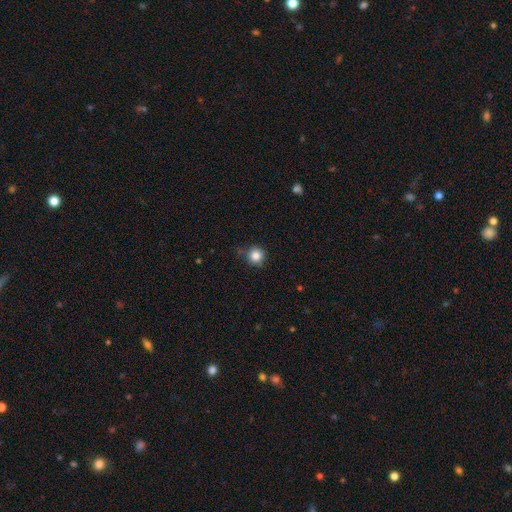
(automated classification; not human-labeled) smooth 84%, star or artifact 11%, featured or disk 5%. Down the decision tree: how rounded — round (94%); merging — none (81%).